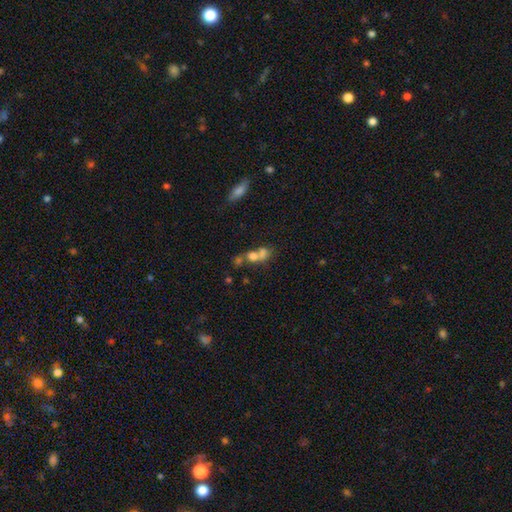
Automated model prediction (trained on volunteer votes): smooth-or-featured: smooth: 62% | featured or disk: 23% | star or artifact: 15%
  how-rounded: round: 48% | in between: 45% | cigar-shaped: 6%
  merging: merger: 63% | none: 22% | major disturbance: 7% | minor disturbance: 7%